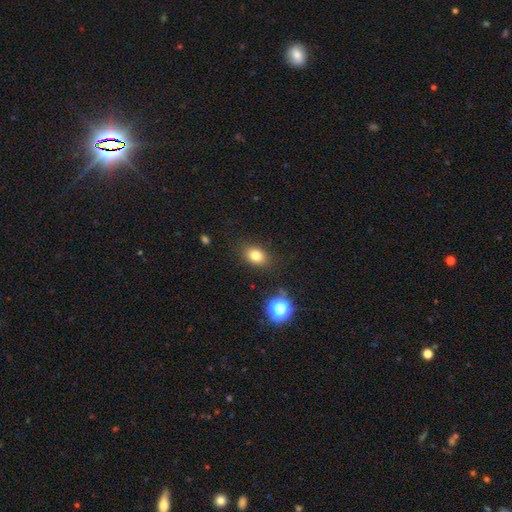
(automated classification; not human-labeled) A smooth galaxy with no disk features (80%) that is in between round and cigar-shaped (68%). Merging: none (85%).